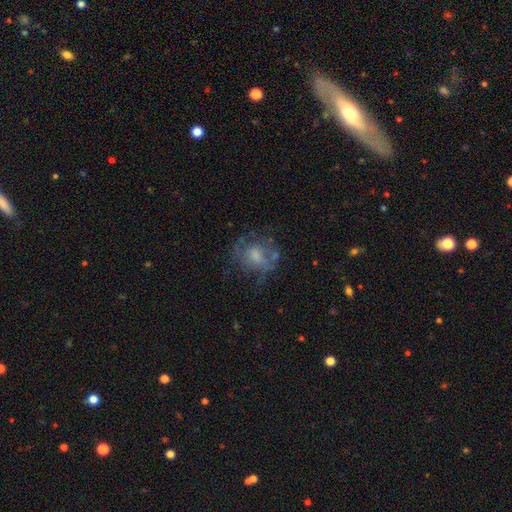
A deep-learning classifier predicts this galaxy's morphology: A featured or disk galaxy (49%). Merging: none (52%).